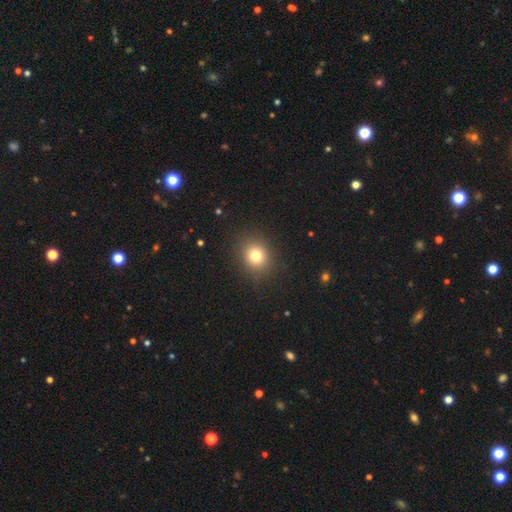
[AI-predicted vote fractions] smooth_or_featured: smooth (p=0.78) [alt: star or artifact p=0.14]
how_rounded: round (p=0.74) [alt: in between p=0.25]
merging: none (p=0.89) [alt: minor disturbance p=0.07]